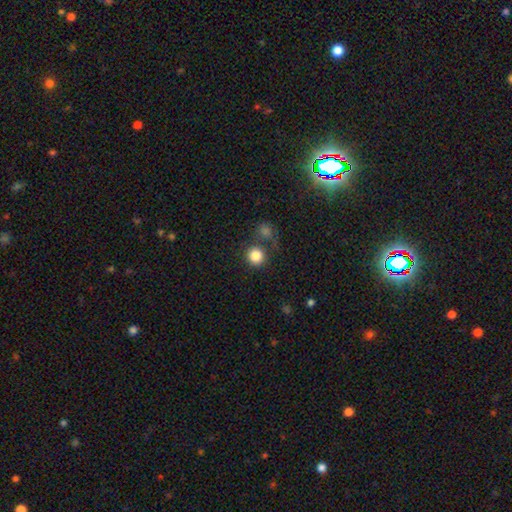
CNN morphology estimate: Q: Smooth or featured?
A: smooth (84%); runner-up: star or artifact (10%)
Q: How rounded?
A: round (93%); runner-up: in between (6%)
Q: Merging?
A: none (72%); runner-up: merger (15%)